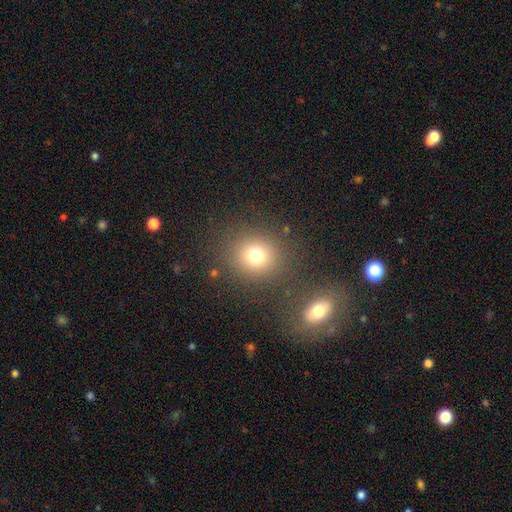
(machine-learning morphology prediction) Smooth or featured? smooth (74%)
How rounded? round (83%)
Merging? none (82%)